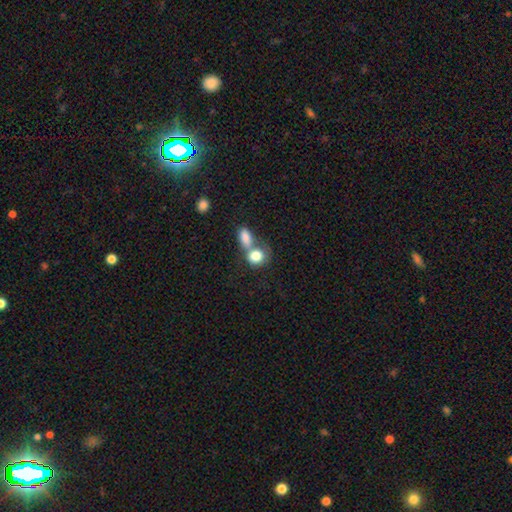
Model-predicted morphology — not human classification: Q: Smooth or featured?
A: smooth (81%); runner-up: featured or disk (11%)
Q: How rounded?
A: round (51%); runner-up: in between (47%)
Q: Merging?
A: merger (62%); runner-up: none (25%)